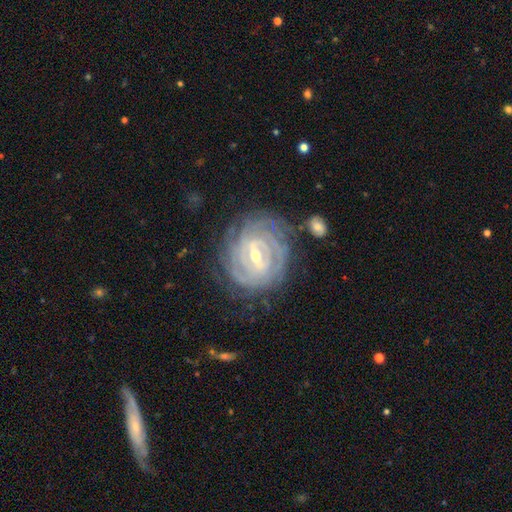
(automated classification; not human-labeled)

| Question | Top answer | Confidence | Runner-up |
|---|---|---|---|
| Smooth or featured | featured or disk | 90% | smooth (5%) |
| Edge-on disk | no | 96% | yes (4%) |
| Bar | strong | 53% | weak (38%) |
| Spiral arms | yes | 97% | no (3%) |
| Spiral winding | tight | 85% | medium (12%) |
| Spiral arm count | can't tell | 30% | 4 (24%) |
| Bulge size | moderate | 51% | small (45%) |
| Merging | none | 78% | minor disturbance (14%) |